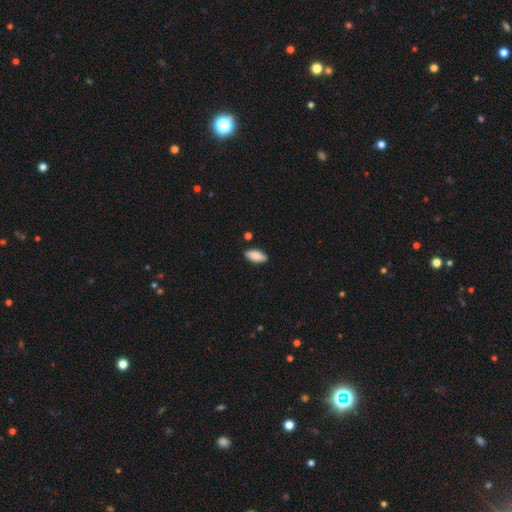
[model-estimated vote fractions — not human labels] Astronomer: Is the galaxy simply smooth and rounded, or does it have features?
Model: smooth — 86%.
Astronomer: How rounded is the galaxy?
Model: in between — 88%.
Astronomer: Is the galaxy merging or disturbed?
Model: none — 87%.